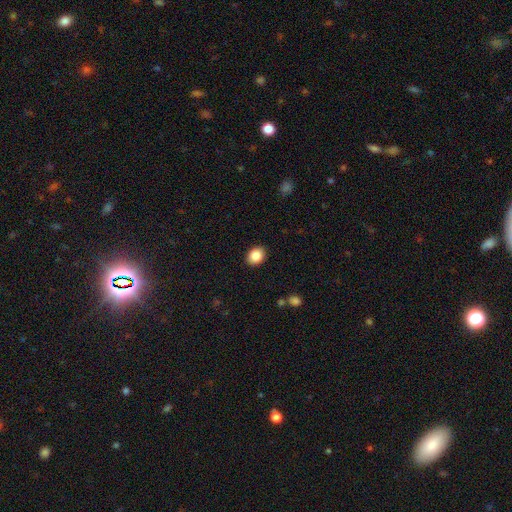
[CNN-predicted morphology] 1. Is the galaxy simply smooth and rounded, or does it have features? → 87% smooth, 8% star or artifact, 5% featured or disk.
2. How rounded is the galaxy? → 53% in between, 46% round, 1% cigar-shaped.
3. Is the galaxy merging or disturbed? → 90% none, 7% minor disturbance, 2% major disturbance, 1% merger.